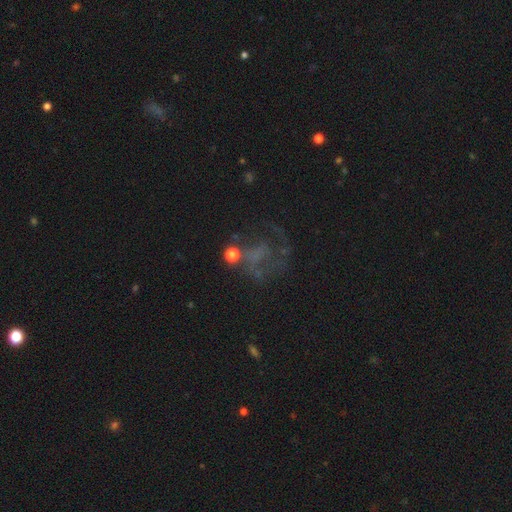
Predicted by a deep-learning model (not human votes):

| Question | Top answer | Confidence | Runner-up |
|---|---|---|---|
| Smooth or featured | featured or disk | 49% | star or artifact (28%) |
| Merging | major disturbance | 39% | tied: none (39%) |